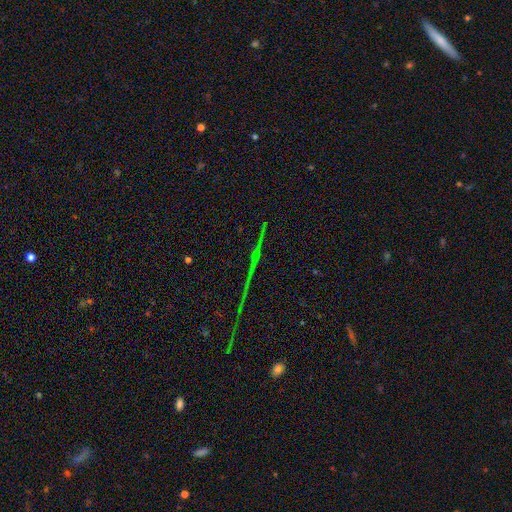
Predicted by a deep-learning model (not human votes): A star or artifact, not a galaxy (72%).